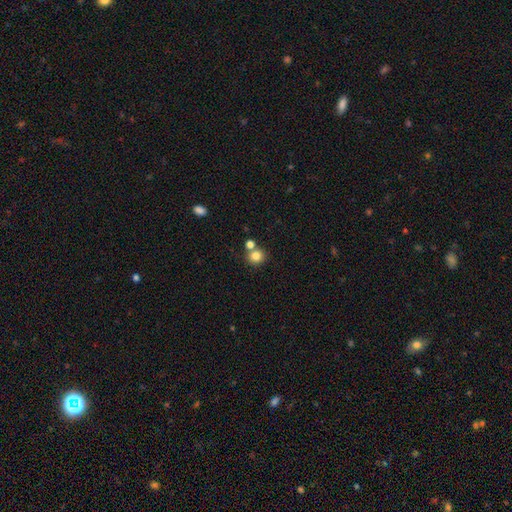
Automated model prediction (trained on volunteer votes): Smooth or featured? Predicted: smooth (p=0.82). How rounded? Predicted: round (p=0.84). Merging? Predicted: none (p=0.63).